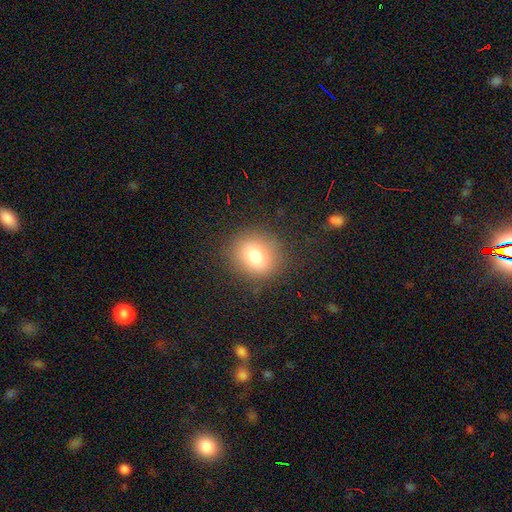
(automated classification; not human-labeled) smooth-or-featured: smooth: 78% | star or artifact: 11% | featured or disk: 10%
  how-rounded: round: 70% | in between: 29% | cigar-shaped: 1%
  merging: none: 85% | minor disturbance: 10% | major disturbance: 4% | merger: 1%